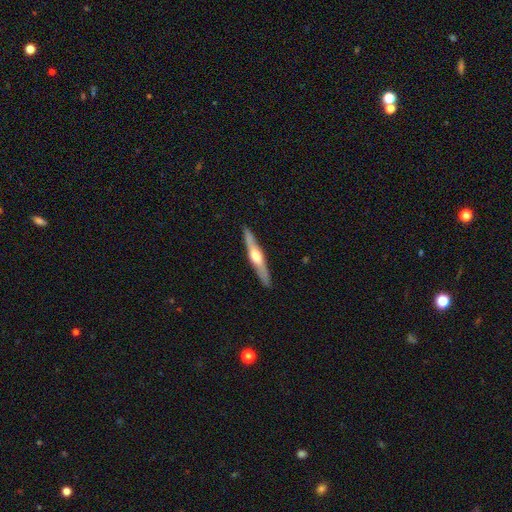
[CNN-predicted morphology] Q: Smooth or featured?
A: featured or disk (65%); runner-up: smooth (30%)
Q: Edge-on disk?
A: yes (94%); runner-up: no (6%)
Q: Edge-on bulge?
A: rounded (86%); runner-up: boxy (8%)
Q: Merging?
A: none (89%); runner-up: minor disturbance (8%)